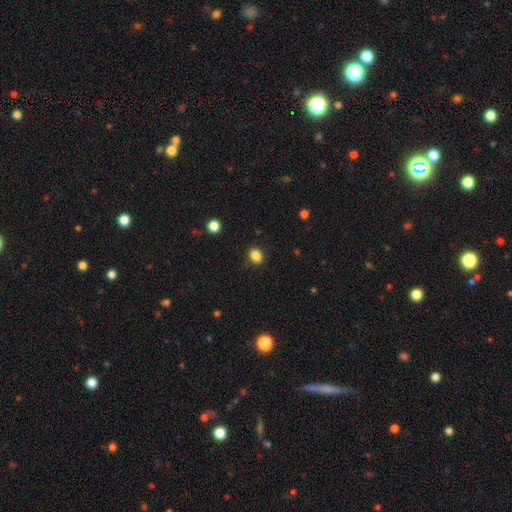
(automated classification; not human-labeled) smooth_or_featured: smooth (p=0.85) [alt: star or artifact p=0.10]
how_rounded: in between (p=0.55) [alt: round p=0.44]
merging: none (p=0.85) [alt: minor disturbance p=0.11]